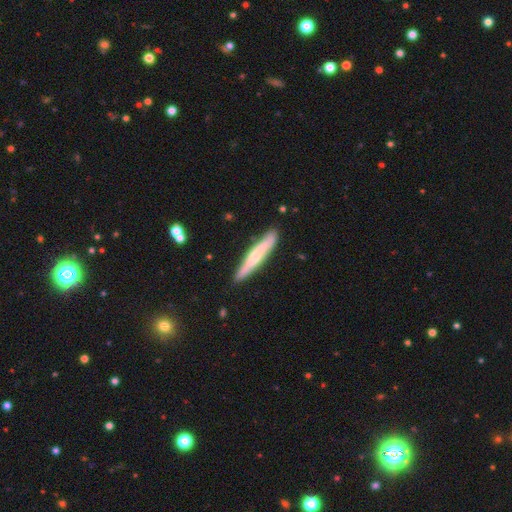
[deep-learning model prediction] This is possibly a smooth galaxy (49%). Merging: clearly none (86%).